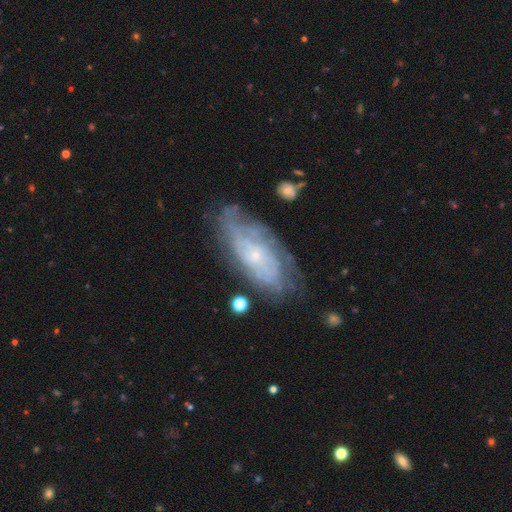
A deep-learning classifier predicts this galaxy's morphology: A featured or disk galaxy (78%) with no bar (76%), tight (66%) spiral arms (88%) and a small central bulge (78%).

Vote fractions:
- Smooth or featured? featured or disk: 78% / smooth: 15% / star or artifact: 7%
- Edge-on disk? no: 91% / yes: 9%
- Bar? no: 76% / weak: 20% / strong: 4%
- Spiral arms? yes: 88% / no: 12%
- Spiral winding? tight: 66% / medium: 26% / loose: 8%
- Spiral arm count? can't tell: 54% / 2: 13% / 4: 12% / 3: 10% / more than 4: 6% / 1: 4%
- Bulge size? small: 78% / moderate: 15% / none: 4% / large: 1% / dominant: 1%
- Merging? none: 68% / minor disturbance: 21% / major disturbance: 8% / merger: 3%